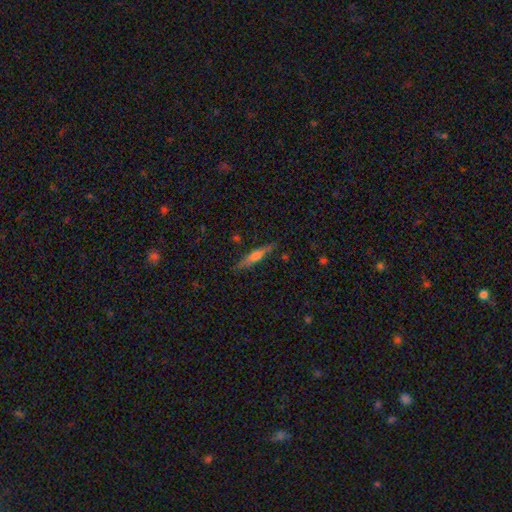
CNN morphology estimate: Smooth or featured? Predicted: featured or disk (p=0.53). Edge-on disk? Predicted: yes (p=0.96). Edge-on bulge? Predicted: rounded (p=0.72). Merging? Predicted: none (p=0.84).